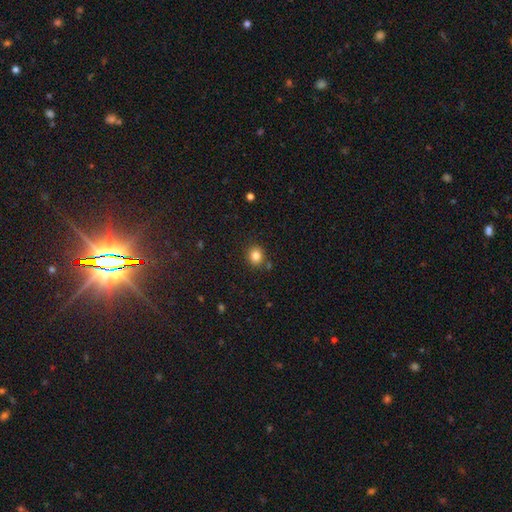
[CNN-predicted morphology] Smooth or featured?
  - smooth: 83% *
  - star or artifact: 12%
  - featured or disk: 5%
How rounded?
  - round: 76% *
  - in between: 23%
  - cigar-shaped: 1%
Merging?
  - none: 84% *
  - minor disturbance: 9%
  - merger: 5%
  - major disturbance: 3%